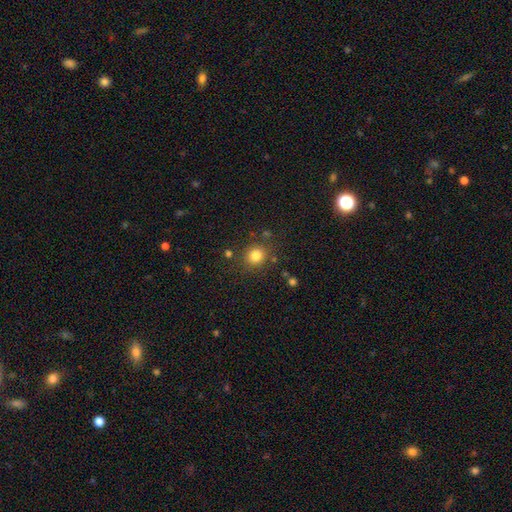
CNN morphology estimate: The model was most divided on "smooth or featured": smooth: 81%, star or artifact: 13%, featured or disk: 6%. More confident: how rounded — round (86%); merging — none (82%).